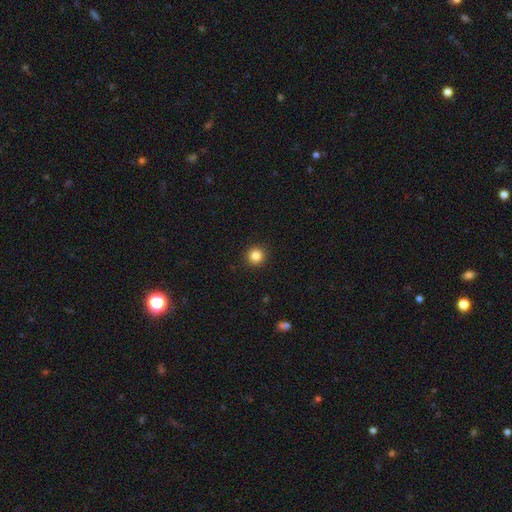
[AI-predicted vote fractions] Overall: smooth (85%). How rounded: round (94%). Merging: none (93%).